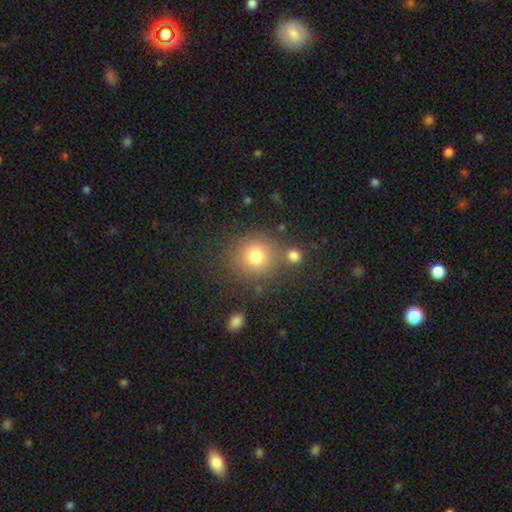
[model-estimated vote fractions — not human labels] A smooth galaxy with no disk features (77%) that is round (88%). Merging: none (75%).